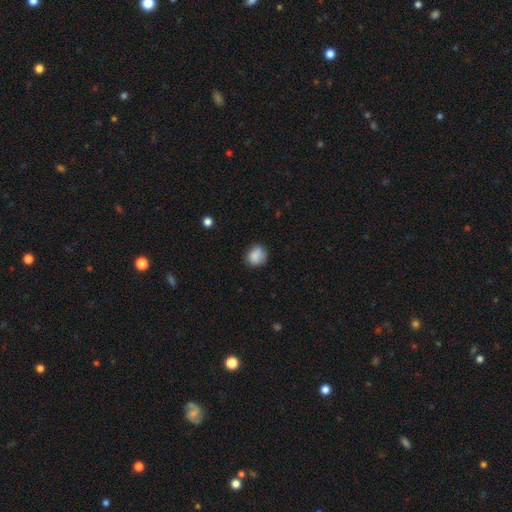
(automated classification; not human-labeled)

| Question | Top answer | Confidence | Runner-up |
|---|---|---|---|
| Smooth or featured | smooth | 85% | star or artifact (9%) |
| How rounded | round | 67% | in between (32%) |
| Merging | none | 69% | minor disturbance (23%) |